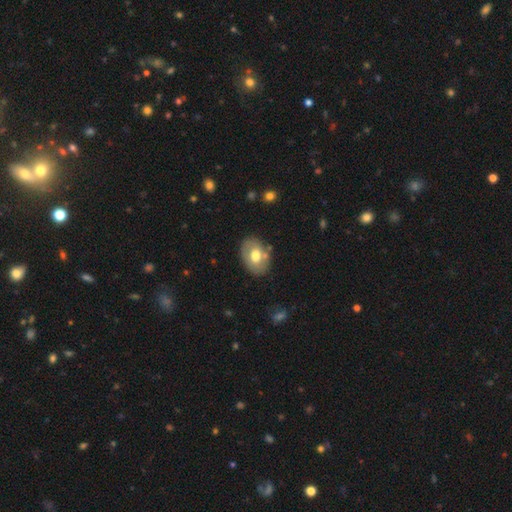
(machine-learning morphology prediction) A smooth galaxy with no disk features (61%) that is in between round and cigar-shaped (78%). Merging: none (76%).